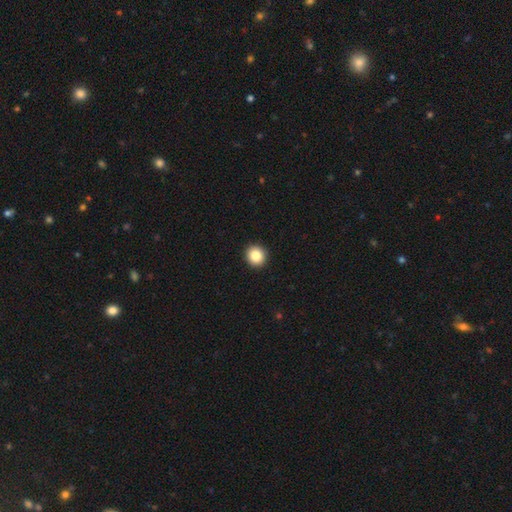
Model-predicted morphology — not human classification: smooth 85%, star or artifact 9%, featured or disk 6%. Down the decision tree: how rounded — round (90%); merging — none (93%).